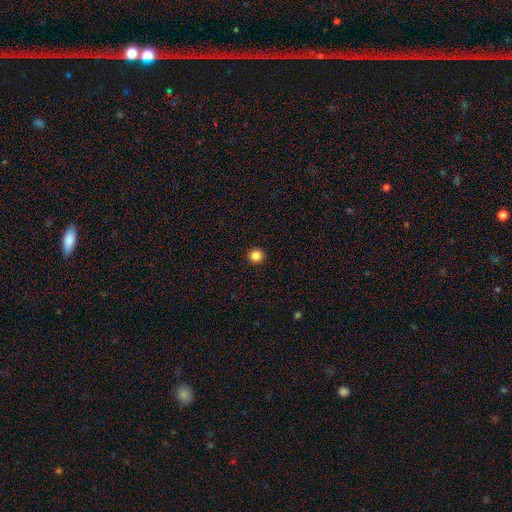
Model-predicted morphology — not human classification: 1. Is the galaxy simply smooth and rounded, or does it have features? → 86% smooth, 11% star or artifact, 3% featured or disk.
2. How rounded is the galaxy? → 95% round, 4% in between, 1% cigar-shaped.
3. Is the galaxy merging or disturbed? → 94% none, 4% minor disturbance, 1% major disturbance, 1% merger.